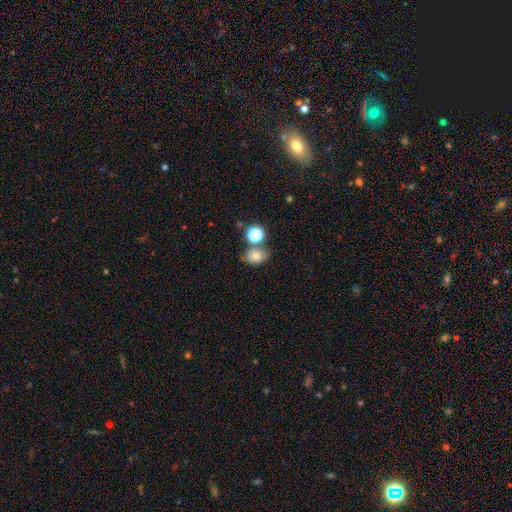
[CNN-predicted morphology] type=smooth (71%); roundness=in between (54%); merging=none (56%).